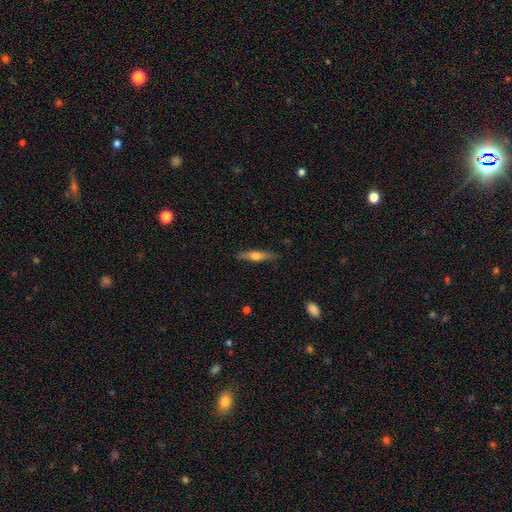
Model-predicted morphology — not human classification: A featured or disk galaxy (50%) viewed edge-on (94%). Merging: none (86%).